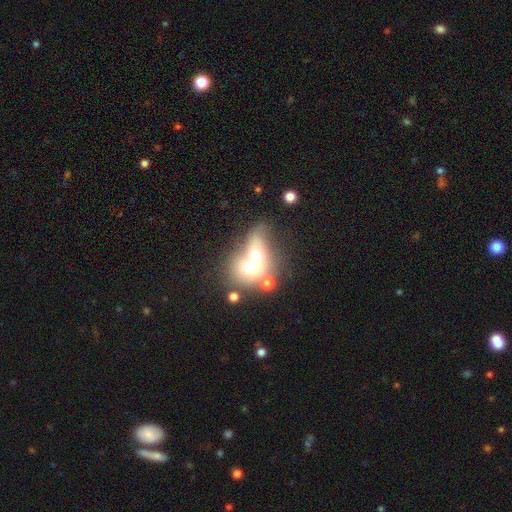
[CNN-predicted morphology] smooth-or-featured: smooth: 58% | featured or disk: 30% | star or artifact: 12%
  how-rounded: round: 52% | in between: 46% | cigar-shaped: 2%
  merging: merger: 72% | none: 15% | major disturbance: 7% | minor disturbance: 6%